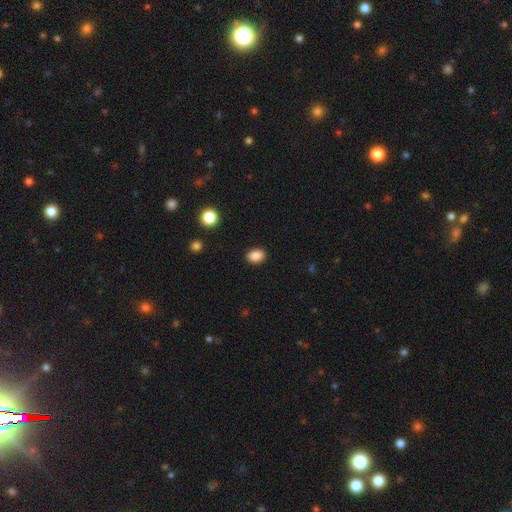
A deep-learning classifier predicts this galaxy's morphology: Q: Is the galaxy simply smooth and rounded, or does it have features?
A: smooth — 88%.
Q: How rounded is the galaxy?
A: in between — 65%.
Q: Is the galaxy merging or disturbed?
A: none — 90%.